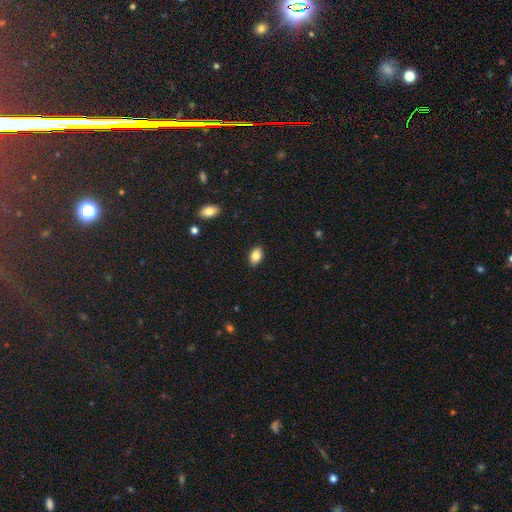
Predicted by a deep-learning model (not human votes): A smooth galaxy with no disk features (86%) that is in between round and cigar-shaped (87%).

Vote fractions:
- Smooth or featured? smooth: 86% / star or artifact: 8% / featured or disk: 6%
- How rounded? in between: 87% / round: 11% / cigar-shaped: 1%
- Merging? none: 89% / minor disturbance: 8% / major disturbance: 2% / merger: 1%